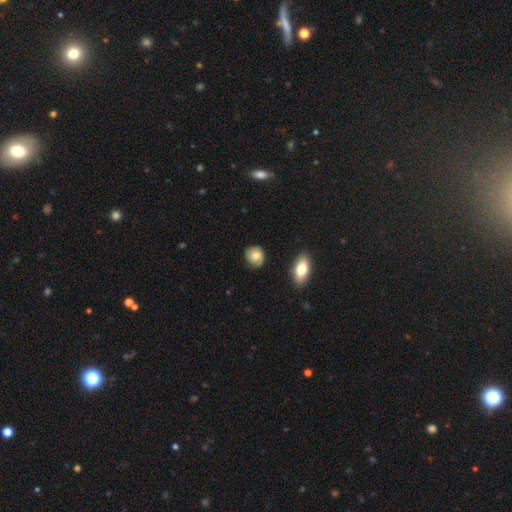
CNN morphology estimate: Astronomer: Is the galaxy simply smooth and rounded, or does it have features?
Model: smooth — 68%.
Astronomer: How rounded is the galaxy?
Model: round — 73%.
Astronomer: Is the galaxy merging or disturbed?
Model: none — 76%.